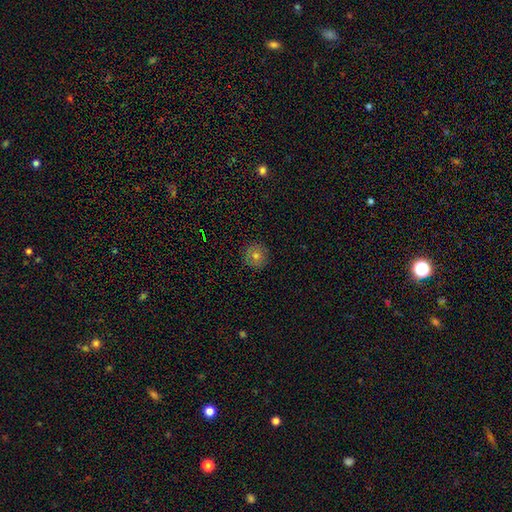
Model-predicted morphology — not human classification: smooth 69%, featured or disk 17%, star or artifact 14%. Down the decision tree: how rounded — round (95%); merging — none (90%).